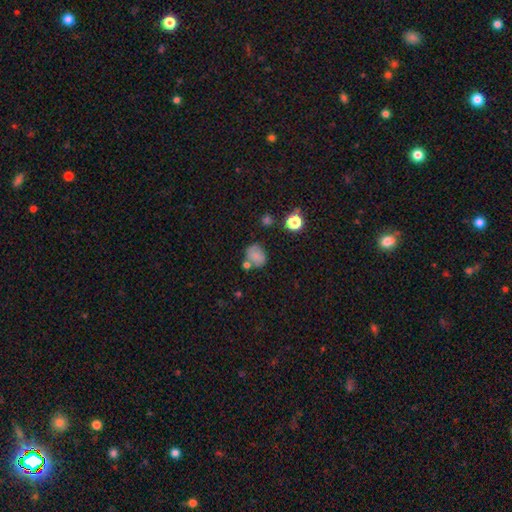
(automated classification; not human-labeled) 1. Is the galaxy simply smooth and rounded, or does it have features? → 73% smooth, 16% featured or disk, 11% star or artifact.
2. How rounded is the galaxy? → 57% round, 42% in between, 1% cigar-shaped.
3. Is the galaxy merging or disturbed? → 58% none, 19% minor disturbance, 16% merger, 6% major disturbance.